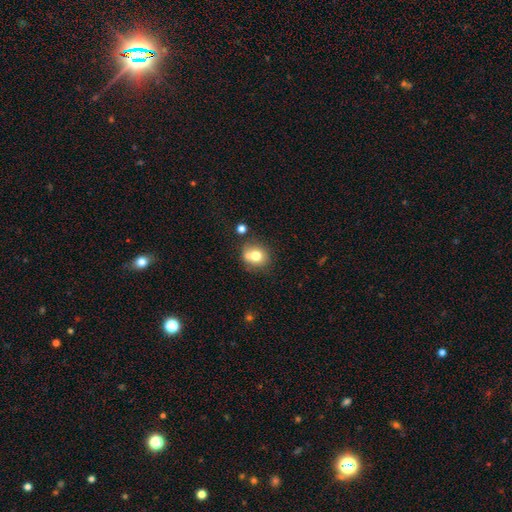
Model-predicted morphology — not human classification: Smooth or featured? Predicted: smooth (p=0.73). How rounded? Predicted: round (p=0.70). Merging? Predicted: none (p=0.57).